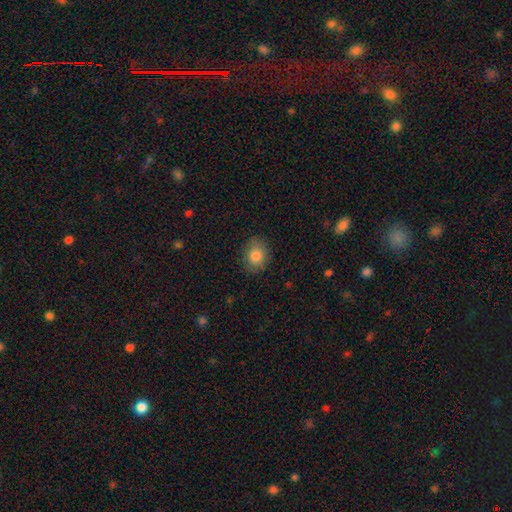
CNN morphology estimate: smooth_or_featured: smooth (p=0.83) [alt: star or artifact p=0.09]
how_rounded: round (p=0.51) [alt: in between p=0.48]
merging: none (p=0.84) [alt: minor disturbance p=0.12]